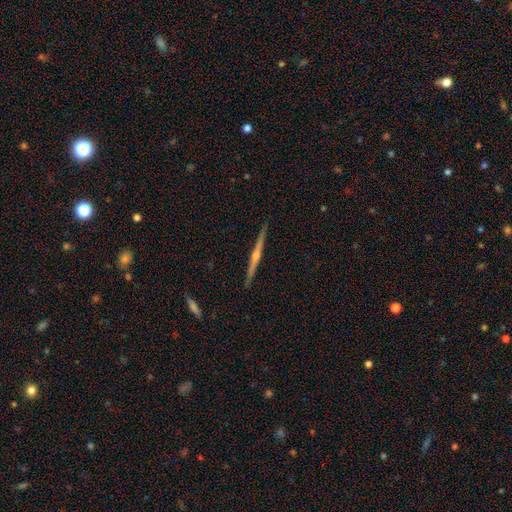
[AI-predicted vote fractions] A featured or disk galaxy (80%) viewed edge-on (98%) with a rounded central bulge (81%). Merging: none (91%).